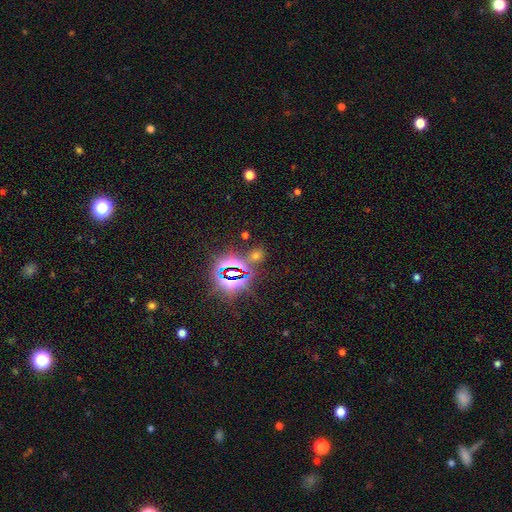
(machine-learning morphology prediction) Overall: star or artifact (54%; smooth 39%).